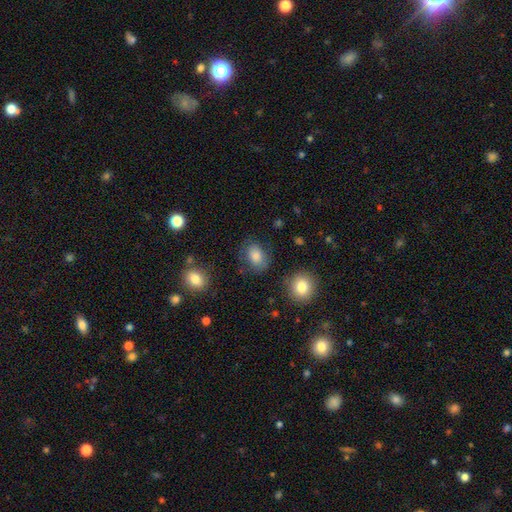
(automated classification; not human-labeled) Smooth or featured?
  - smooth: 81% *
  - star or artifact: 10%
  - featured or disk: 9%
How rounded?
  - in between: 64% *
  - round: 35%
  - cigar-shaped: 1%
Merging?
  - none: 74% *
  - minor disturbance: 16%
  - major disturbance: 7%
  - merger: 3%